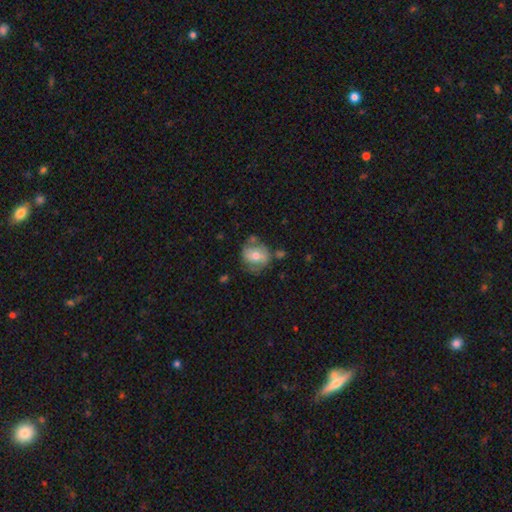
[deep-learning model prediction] The model was most divided on "smooth or featured": smooth: 50%, featured or disk: 42%, star or artifact: 7%. More confident: how rounded — round (67%); merging — none (59%).